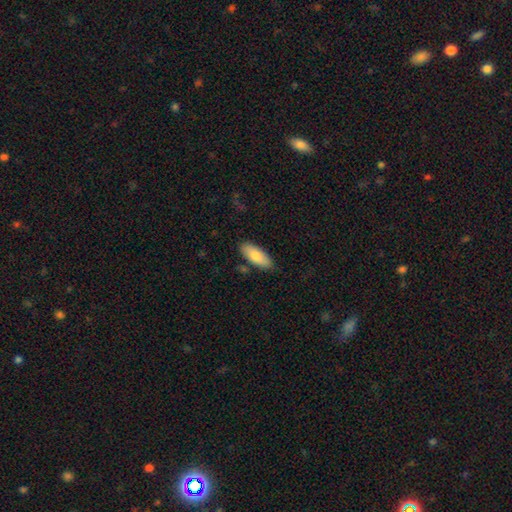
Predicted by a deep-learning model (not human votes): Smooth or featured? smooth (81%)
How rounded? in between (81%)
Merging? none (84%)